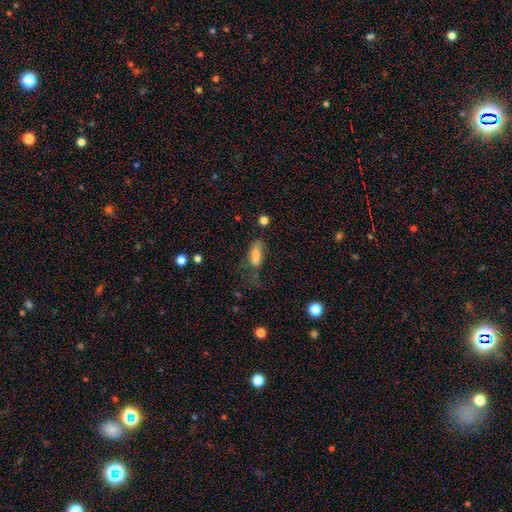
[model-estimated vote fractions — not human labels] Q: Smooth or featured?
A: smooth (79%); runner-up: featured or disk (12%)
Q: How rounded?
A: in between (80%); runner-up: cigar-shaped (17%)
Q: Merging?
A: none (37%); runner-up: minor disturbance (30%)